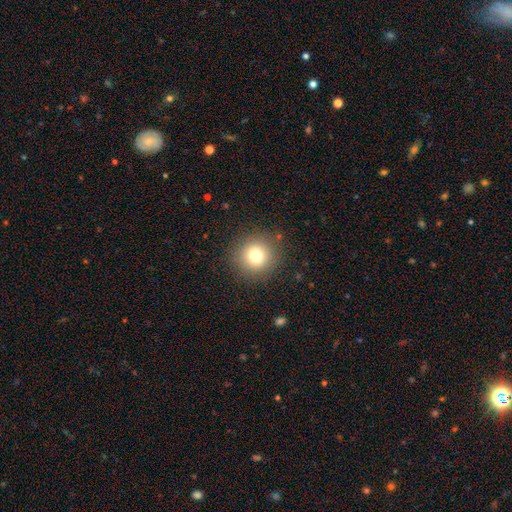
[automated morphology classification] Smooth or featured? Predicted: smooth (p=0.77). How rounded? Predicted: round (p=0.94). Merging? Predicted: none (p=0.89).